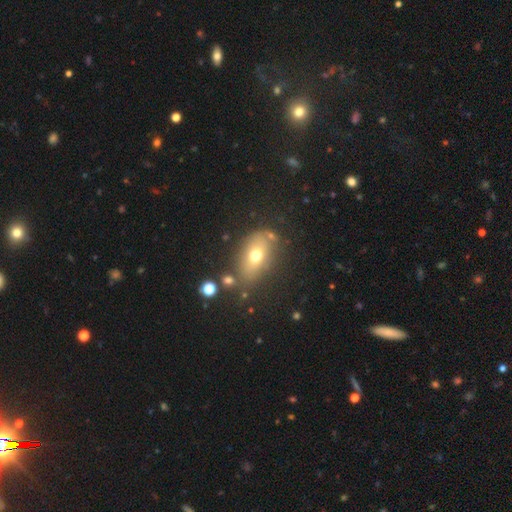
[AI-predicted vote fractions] smooth 65%, featured or disk 22%, star or artifact 13%. Down the decision tree: how rounded — in between (78%); merging — none (73%).